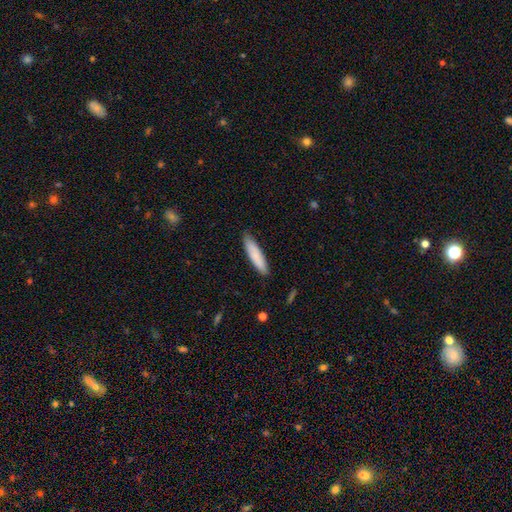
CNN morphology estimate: type=smooth (84%); roundness=cigar-shaped (78%); merging=none (86%).